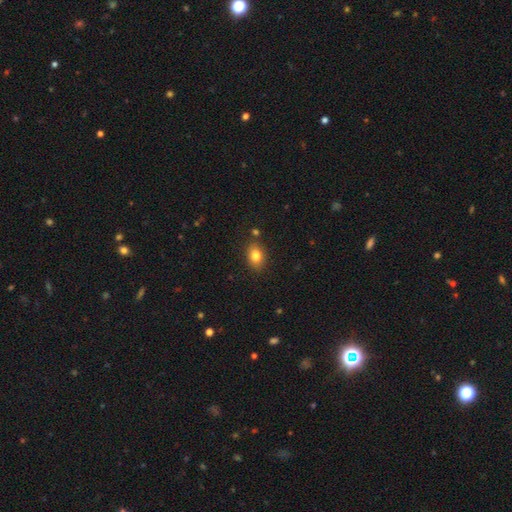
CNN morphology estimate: Smooth or featured: smooth — 81% (star or artifact — 10%)
How rounded: in between — 73% (round — 26%)
Merging: none — 83% (minor disturbance — 11%)